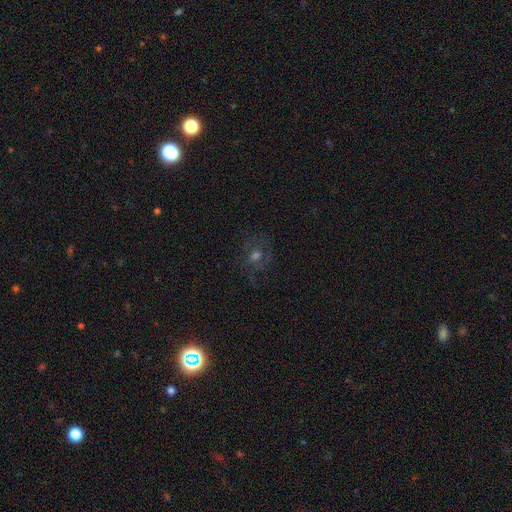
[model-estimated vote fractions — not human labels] featured or disk 40%, smooth 31%, star or artifact 28%. Down the decision tree: merging — none (70%).